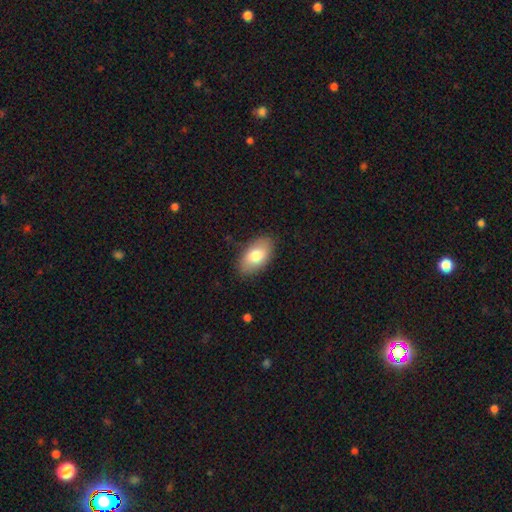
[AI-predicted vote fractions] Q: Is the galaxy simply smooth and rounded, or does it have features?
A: smooth — 76%.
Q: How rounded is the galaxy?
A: in between — 94%.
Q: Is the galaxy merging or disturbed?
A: none — 85%.